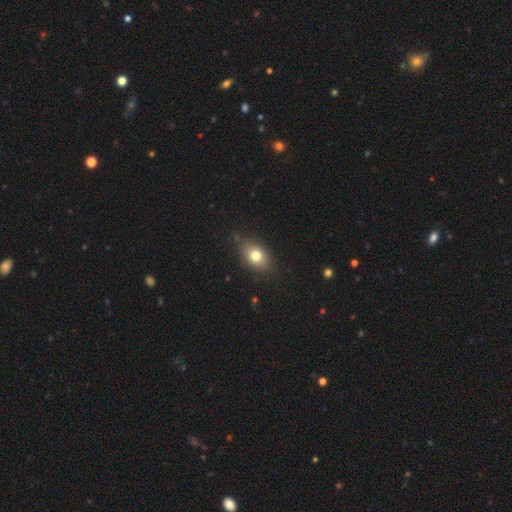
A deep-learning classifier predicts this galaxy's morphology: A smooth galaxy with no disk features (76%) that is in between round and cigar-shaped (72%). Merging: none (78%).